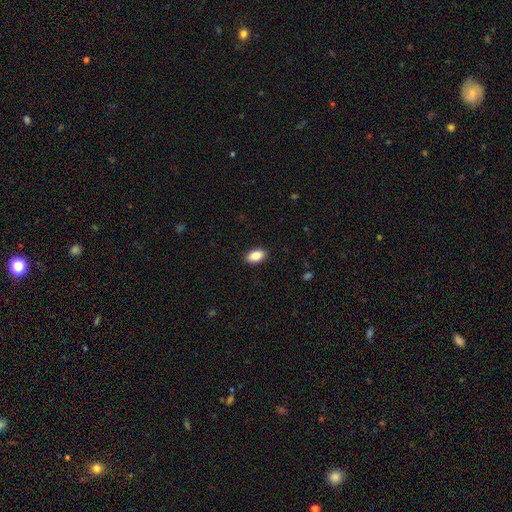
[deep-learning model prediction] Overall: smooth (87%). How rounded: in between (93%). Merging: none (90%).